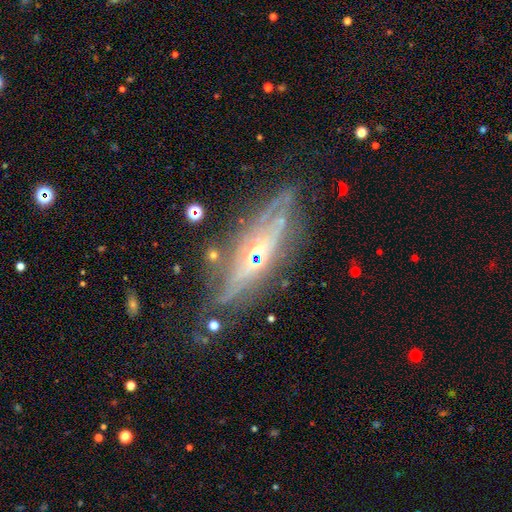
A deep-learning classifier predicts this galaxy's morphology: smooth-or-featured: featured or disk: 72% | smooth: 15% | star or artifact: 13%
  disk-edge-on: yes: 58% | no: 42%
  merging: none: 71% | minor disturbance: 17% | major disturbance: 8% | merger: 4%